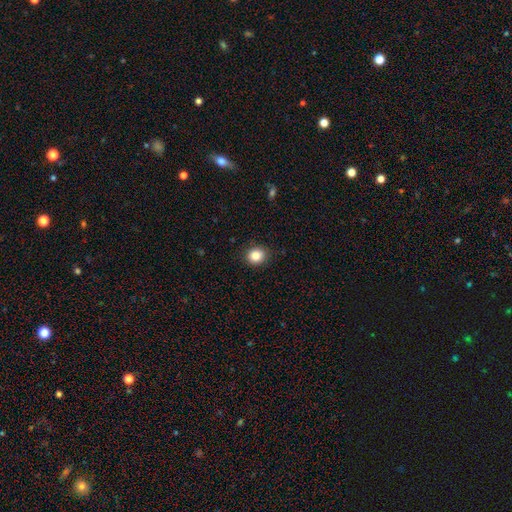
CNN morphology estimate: Overall: smooth (85%). How rounded: round (72%). Merging: none (89%).